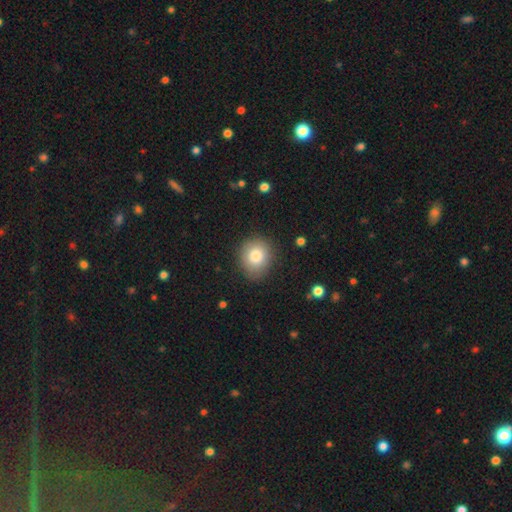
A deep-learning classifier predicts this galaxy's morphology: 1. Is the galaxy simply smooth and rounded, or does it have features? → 81% smooth, 10% featured or disk, 9% star or artifact.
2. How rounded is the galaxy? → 76% round, 23% in between, 1% cigar-shaped.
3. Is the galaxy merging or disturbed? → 84% none, 12% minor disturbance, 3% major disturbance, 1% merger.